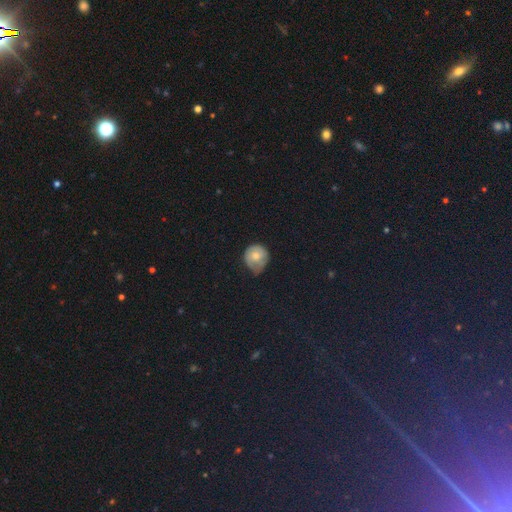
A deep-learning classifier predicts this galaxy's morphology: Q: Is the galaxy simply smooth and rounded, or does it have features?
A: smooth — 67%.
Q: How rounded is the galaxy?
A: round — 80%.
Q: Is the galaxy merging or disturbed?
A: minor disturbance — 44%.